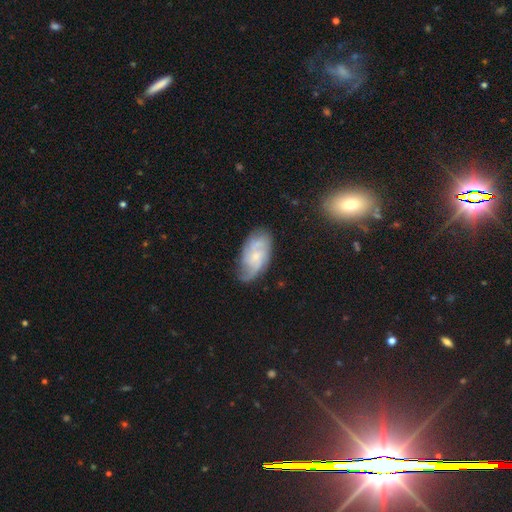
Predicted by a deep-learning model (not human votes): A featured or disk galaxy (69%) with no bar (65%), 2 (33%) medium (44%) spiral arms (92%) and a small central bulge (60%). Merging: none (64%).